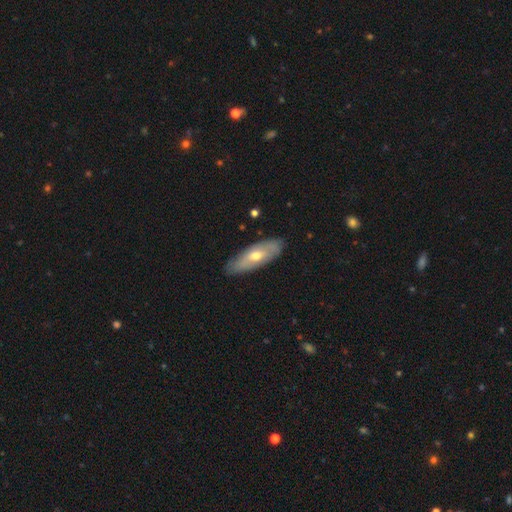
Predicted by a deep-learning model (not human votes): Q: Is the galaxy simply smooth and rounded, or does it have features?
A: featured or disk — 48%.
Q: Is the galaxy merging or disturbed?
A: none — 84%.